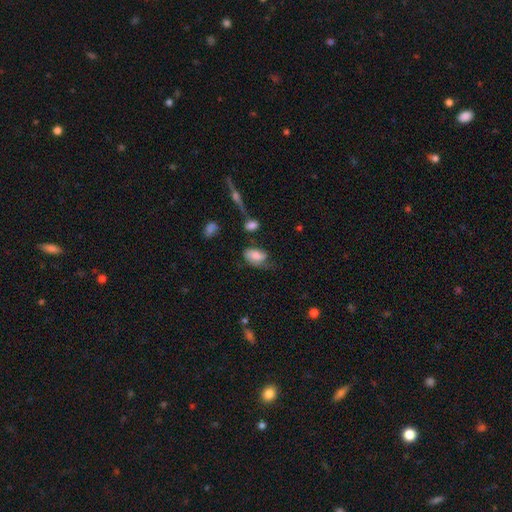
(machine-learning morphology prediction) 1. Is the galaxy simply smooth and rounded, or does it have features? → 64% smooth, 28% featured or disk, 8% star or artifact.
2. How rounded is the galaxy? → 89% in between, 9% round, 2% cigar-shaped.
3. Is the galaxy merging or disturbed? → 37% none, 34% minor disturbance, 24% major disturbance, 5% merger.